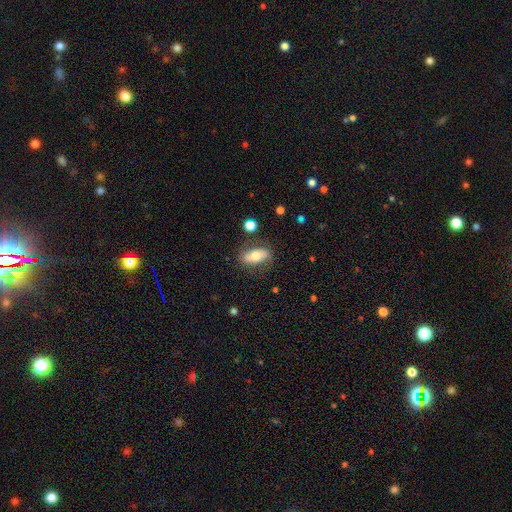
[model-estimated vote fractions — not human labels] The model was most divided on "smooth or featured": smooth: 60%, featured or disk: 33%, star or artifact: 8%. More confident: how rounded — in between (84%); merging — none (75%).